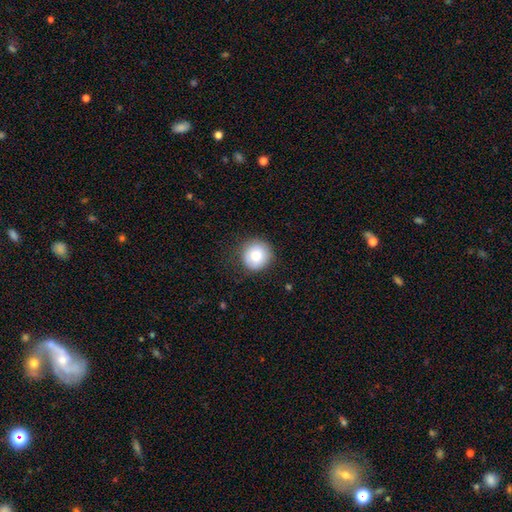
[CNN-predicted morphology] A smooth galaxy with no disk features (78%) that is round (94%).

Vote fractions:
- Smooth or featured? smooth: 78% / featured or disk: 13% / star or artifact: 9%
- How rounded? round: 94% / in between: 5% / cigar-shaped: 1%
- Merging? none: 84% / minor disturbance: 12% / major disturbance: 3% / merger: 1%